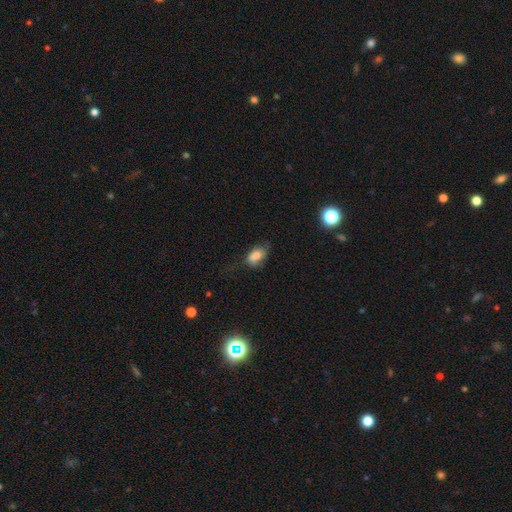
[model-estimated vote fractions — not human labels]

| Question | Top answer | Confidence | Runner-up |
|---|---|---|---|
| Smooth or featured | smooth | 77% | featured or disk (14%) |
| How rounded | in between | 87% | round (11%) |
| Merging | none | 49% | minor disturbance (32%) |